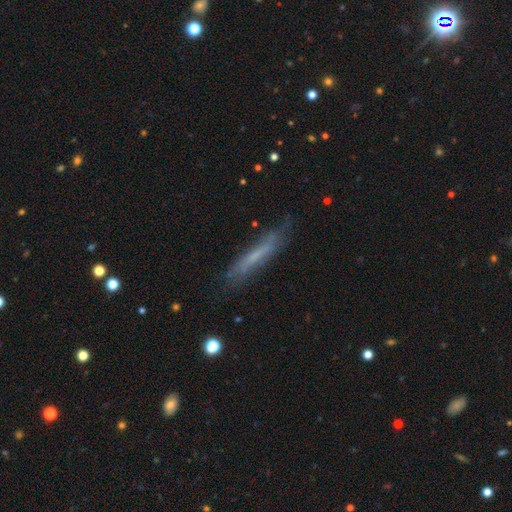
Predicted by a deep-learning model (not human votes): Smooth or featured? Predicted: smooth (p=0.47). Merging? Predicted: none (p=0.72).